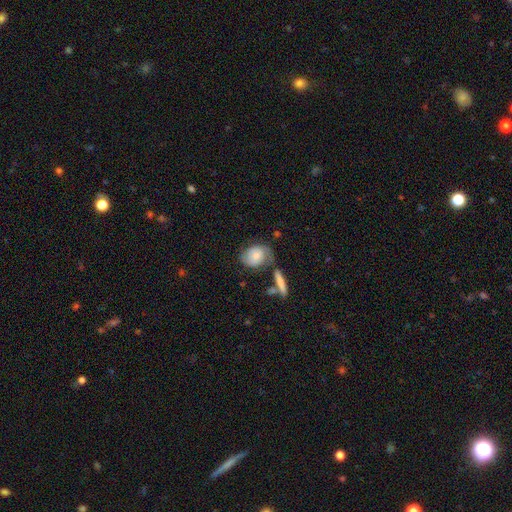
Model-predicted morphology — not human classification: smooth-or-featured: smooth: 57% | featured or disk: 36% | star or artifact: 7%
  how-rounded: in between: 56% | round: 42% | cigar-shaped: 3%
  merging: none: 52% | minor disturbance: 23% | merger: 15% | major disturbance: 11%